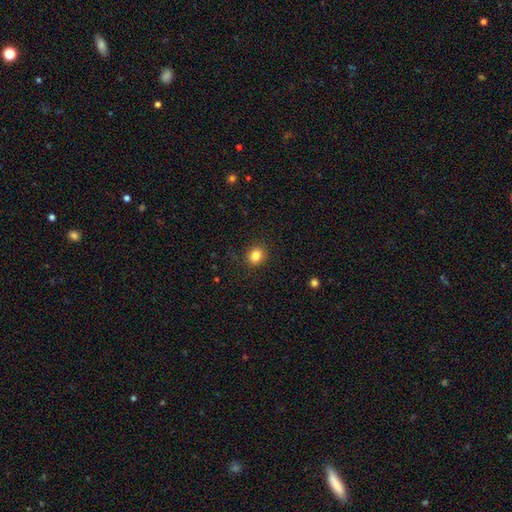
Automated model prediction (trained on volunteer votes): Q: Smooth or featured?
A: smooth (83%); runner-up: star or artifact (11%)
Q: How rounded?
A: round (68%); runner-up: in between (31%)
Q: Merging?
A: none (89%); runner-up: minor disturbance (8%)